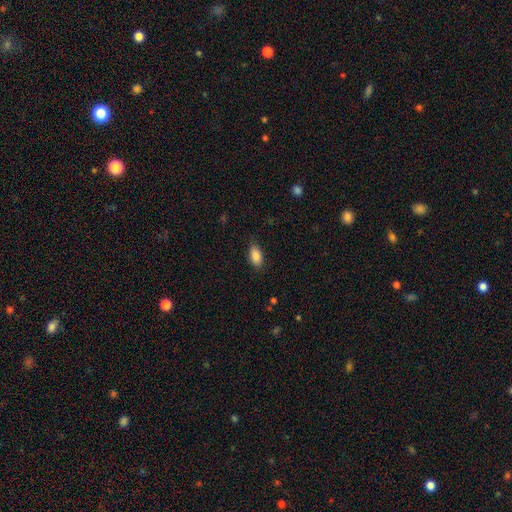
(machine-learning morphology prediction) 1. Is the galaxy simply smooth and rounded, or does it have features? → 88% smooth, 7% star or artifact, 5% featured or disk.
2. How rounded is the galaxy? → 92% in between, 4% round, 4% cigar-shaped.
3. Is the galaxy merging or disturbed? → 83% none, 13% minor disturbance, 3% major disturbance, 1% merger.